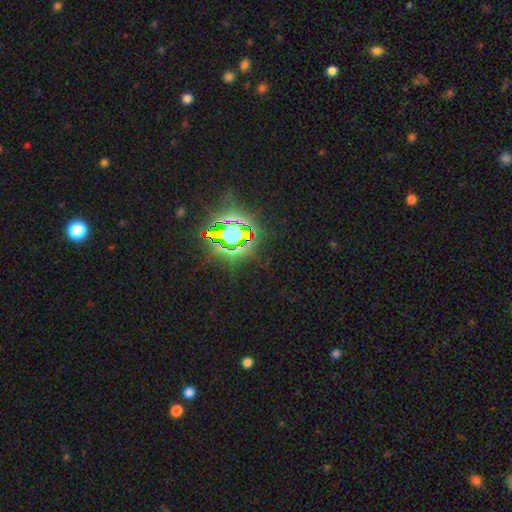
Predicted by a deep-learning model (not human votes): Smooth or featured? star or artifact (82%)